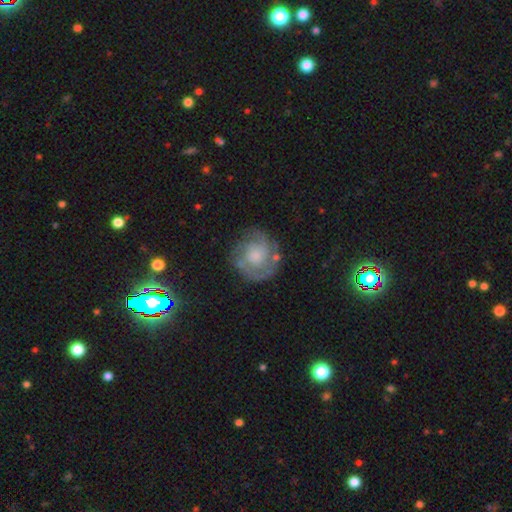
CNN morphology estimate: Q: Smooth or featured?
A: featured or disk (68%); runner-up: smooth (24%)
Q: Edge-on disk?
A: no (98%); runner-up: yes (2%)
Q: Bar?
A: no (76%); runner-up: weak (21%)
Q: Spiral arms?
A: yes (83%); runner-up: no (17%)
Q: Spiral winding?
A: tight (55%); runner-up: medium (34%)
Q: Spiral arm count?
A: can't tell (37%); runner-up: 2 (26%)
Q: Bulge size?
A: moderate (42%); runner-up: small (37%)
Q: Merging?
A: none (71%); runner-up: minor disturbance (17%)